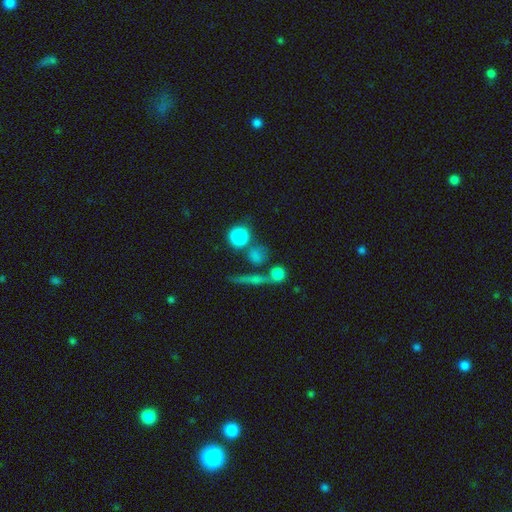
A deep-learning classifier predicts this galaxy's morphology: Overall: smooth (64%). How rounded: round (81%). Merging: none (63%).